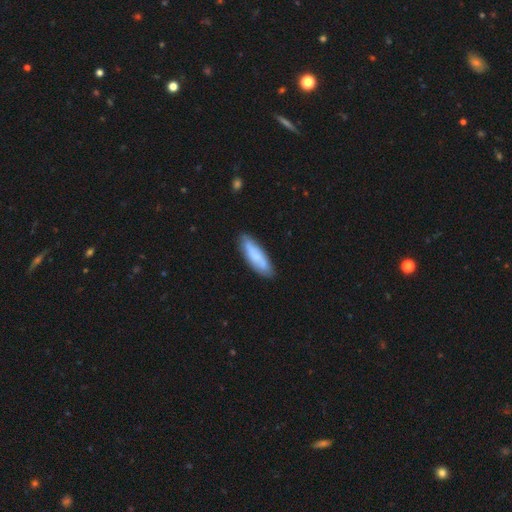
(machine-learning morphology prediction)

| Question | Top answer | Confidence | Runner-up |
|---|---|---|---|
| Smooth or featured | smooth | 73% | featured or disk (22%) |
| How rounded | cigar-shaped | 52% | in between (46%) |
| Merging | none | 79% | minor disturbance (16%) |